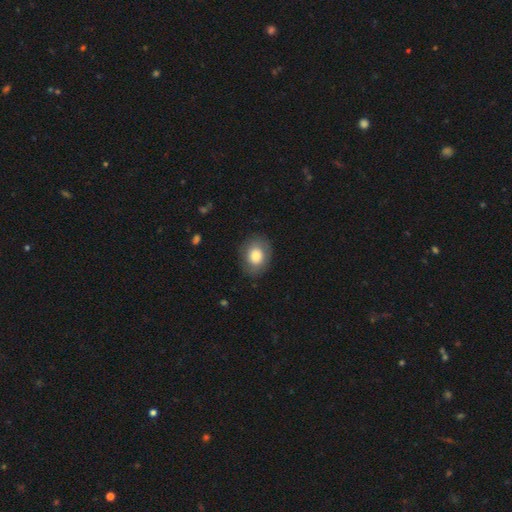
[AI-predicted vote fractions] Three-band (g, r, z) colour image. It shows a smooth galaxy with no disk features (78%) that is in between round and cigar-shaped (56%). Merging: none (82%).